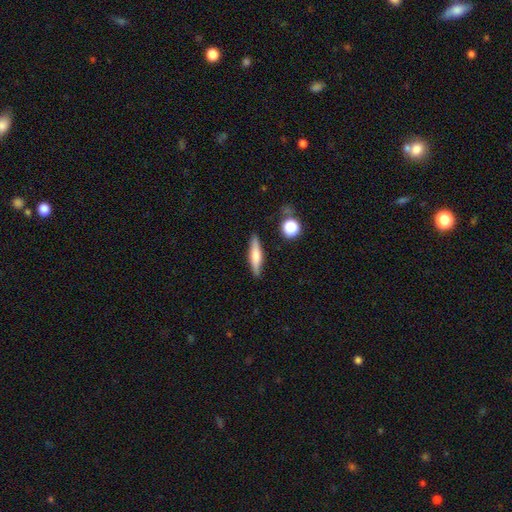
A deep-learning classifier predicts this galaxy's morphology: Smooth or featured?
  - smooth: 59% *
  - featured or disk: 34%
  - star or artifact: 7%
How rounded?
  - cigar-shaped: 80% *
  - in between: 17%
  - round: 3%
Merging?
  - none: 86% *
  - minor disturbance: 10%
  - major disturbance: 2%
  - merger: 2%